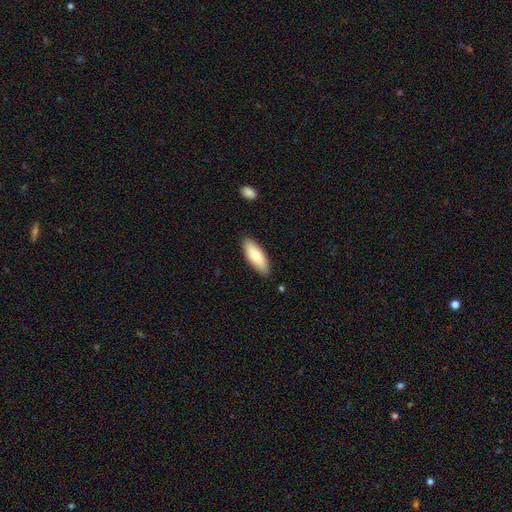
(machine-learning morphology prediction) type=smooth (74%); roundness=in between (74%); merging=none (86%).